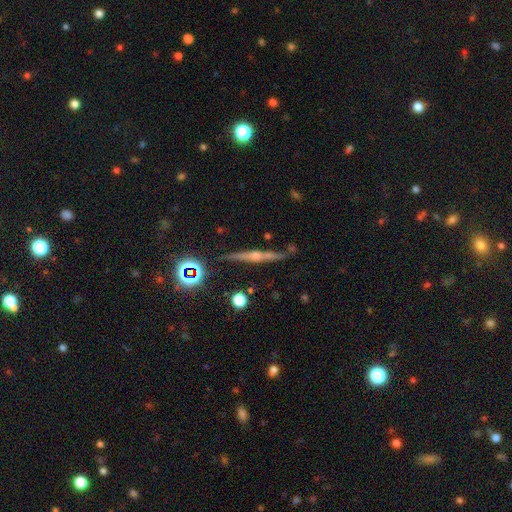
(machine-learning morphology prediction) Smooth or featured: featured or disk — 70% (smooth — 16%)
Edge-on disk: yes — 97% (no — 3%)
Edge-on bulge: rounded — 79% (none — 11%)
Merging: none — 86% (minor disturbance — 9%)